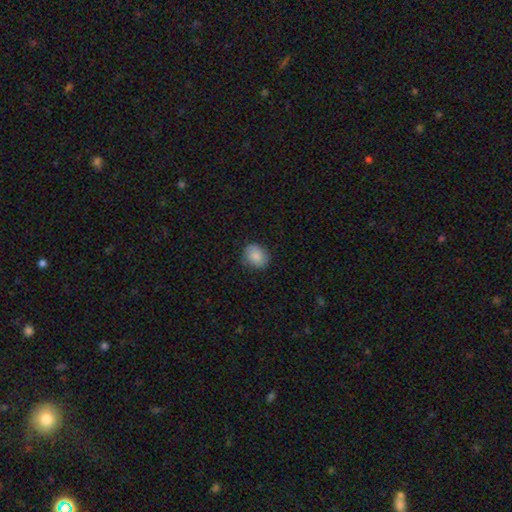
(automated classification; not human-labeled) Smooth or featured? smooth (85%)
How rounded? round (56%)
Merging? none (80%)